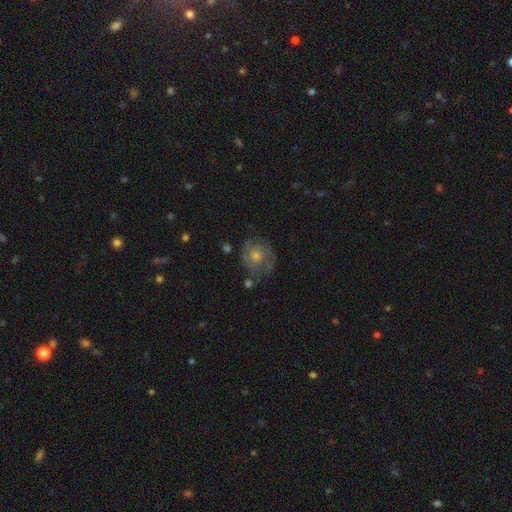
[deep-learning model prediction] This is likely a featured or disk galaxy (63%). It is clearly not viewed edge-on (97%). Bar: clearly no (82%). Spiral arm pattern: likely yes (74%). Central bulge: likely moderate (61%). Merging: likely none (70%).